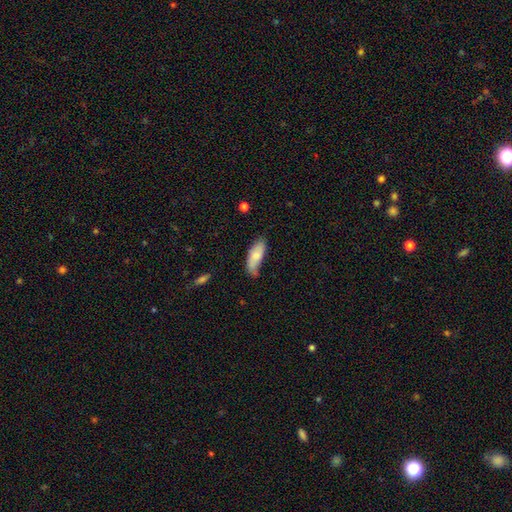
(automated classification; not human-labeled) Smooth or featured? Predicted: smooth (p=0.77). How rounded? Predicted: in between (p=0.77). Merging? Predicted: none (p=0.46).